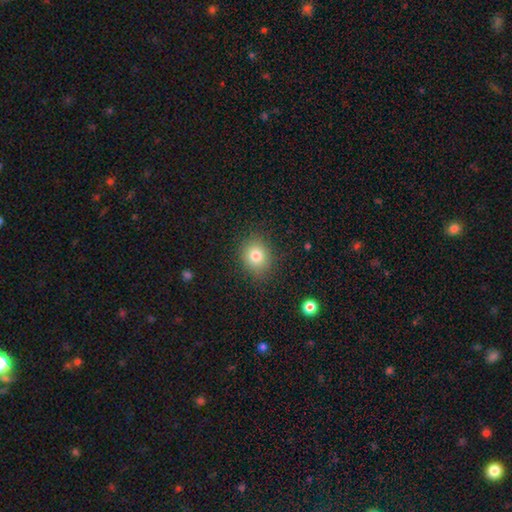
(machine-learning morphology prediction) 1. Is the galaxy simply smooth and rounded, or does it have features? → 80% smooth, 11% star or artifact, 9% featured or disk.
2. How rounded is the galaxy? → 73% round, 26% in between, 1% cigar-shaped.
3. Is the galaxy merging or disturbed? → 85% none, 10% minor disturbance, 3% major disturbance, 1% merger.